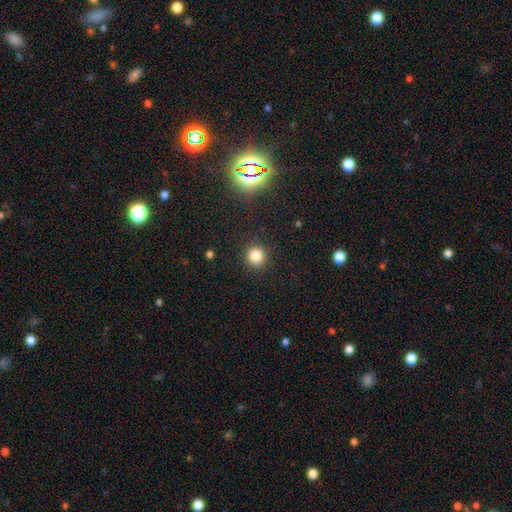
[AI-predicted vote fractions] A smooth galaxy with no disk features (82%) that is round (92%). Merging: none (90%).